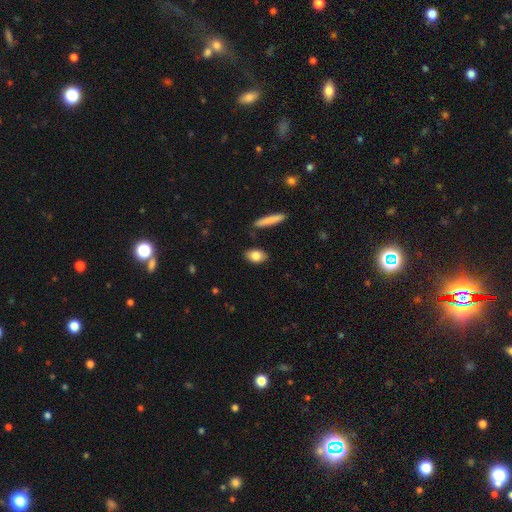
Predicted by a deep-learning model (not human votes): Smooth or featured? smooth (82%)
How rounded? in between (84%)
Merging? none (85%)